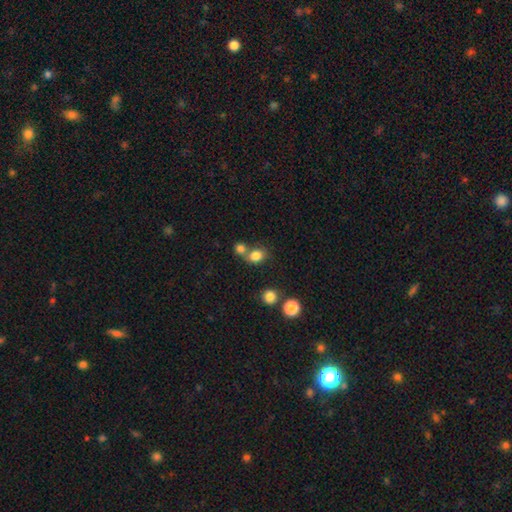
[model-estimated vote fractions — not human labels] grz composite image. It shows a smooth galaxy with no disk features (80%) that is round (61%). Merging: none (46%).